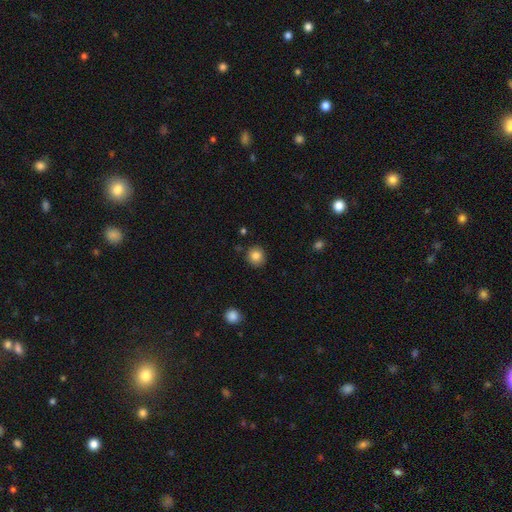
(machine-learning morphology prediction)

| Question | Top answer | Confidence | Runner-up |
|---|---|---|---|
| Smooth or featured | smooth | 83% | star or artifact (10%) |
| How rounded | round | 90% | in between (9%) |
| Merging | none | 89% | minor disturbance (7%) |